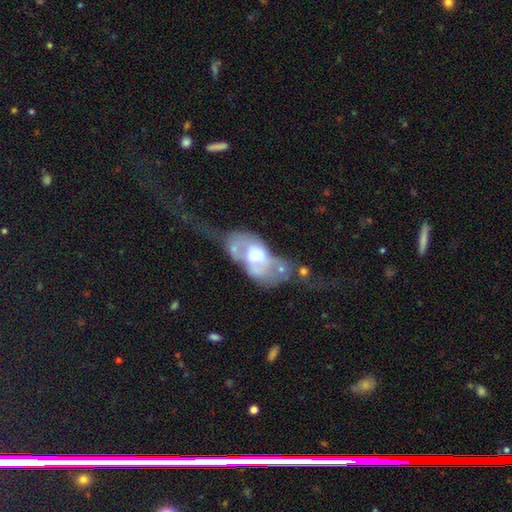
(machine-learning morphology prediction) Smooth or featured? featured or disk (59%)
Edge-on disk? no (93%)
Bar? no (71%)
Spiral arms? no (74%)
Bulge size? moderate (53%)
Merging? major disturbance (39%)